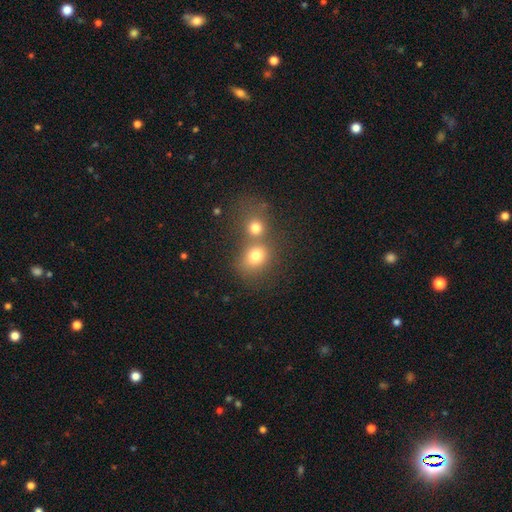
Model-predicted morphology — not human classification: This is likely a smooth galaxy (76%). How rounded: likely round (67%). Merging: possibly merger (46%).